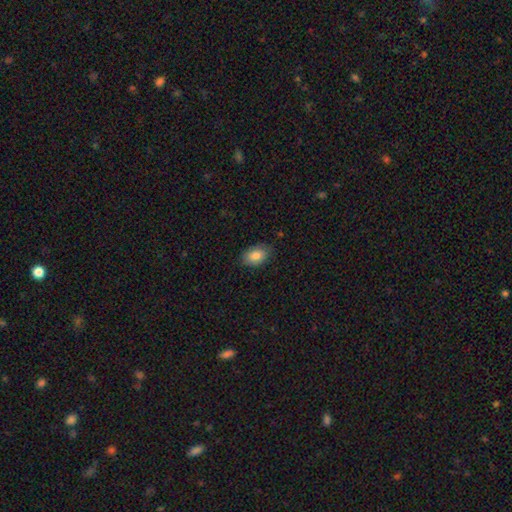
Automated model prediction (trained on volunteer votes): Overall: smooth (84%). How rounded: in between (89%). Merging: none (81%).